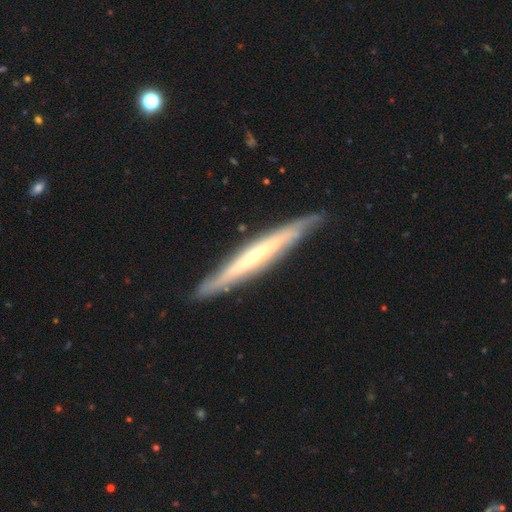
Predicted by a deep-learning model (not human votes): A featured or disk galaxy (68%) viewed edge-on (88%) with no central bulge (49%). Merging: none (85%).